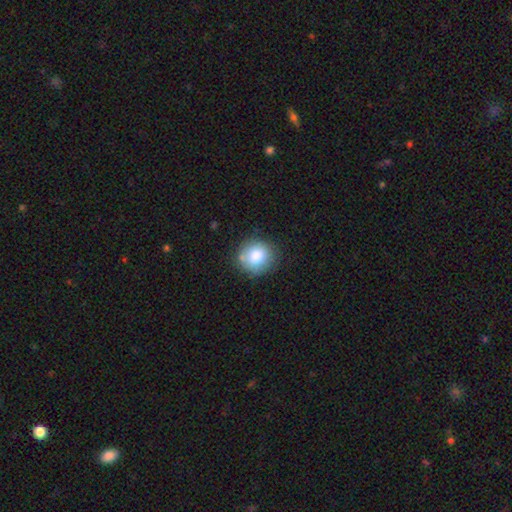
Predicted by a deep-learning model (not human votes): A smooth galaxy with no disk features (82%) that is round (88%). Merging: none (77%).